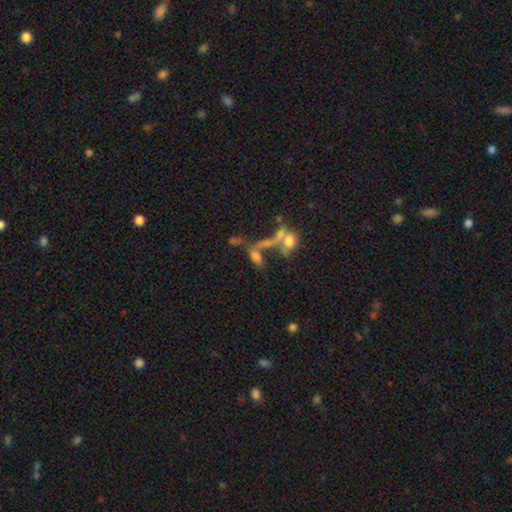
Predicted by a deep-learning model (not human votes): Smooth or featured? featured or disk (38%)
Merging? merger (45%)